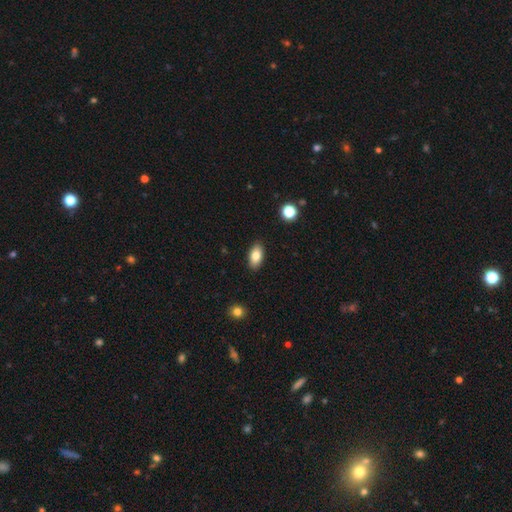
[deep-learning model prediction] smooth 82%, featured or disk 11%, star or artifact 8%. Down the decision tree: how rounded — in between (92%); merging — none (89%).